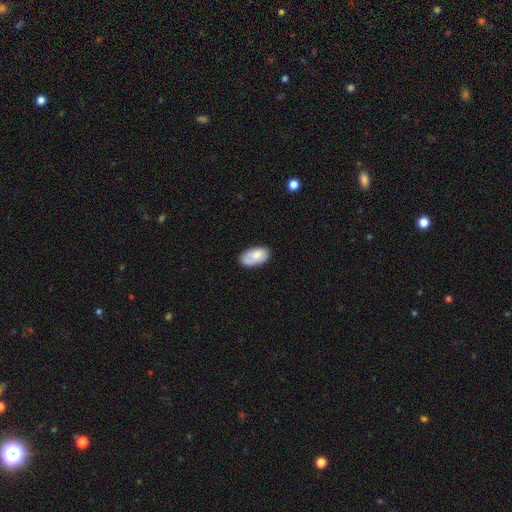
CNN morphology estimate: type=smooth (72%); roundness=in between (94%); merging=none (60%).